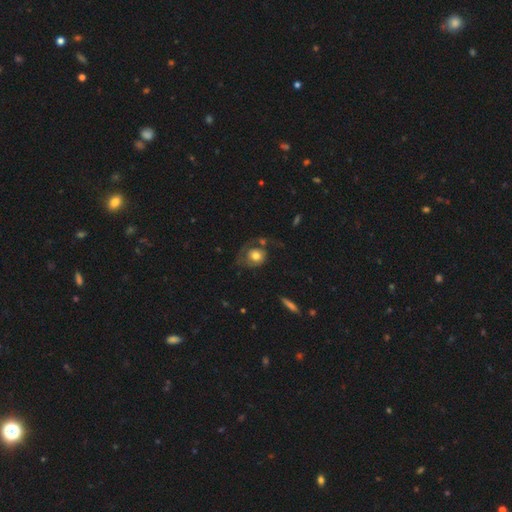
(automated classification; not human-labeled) This is possibly a smooth galaxy (53%). How rounded: likely round (66%). Merging: marginally none (39%).